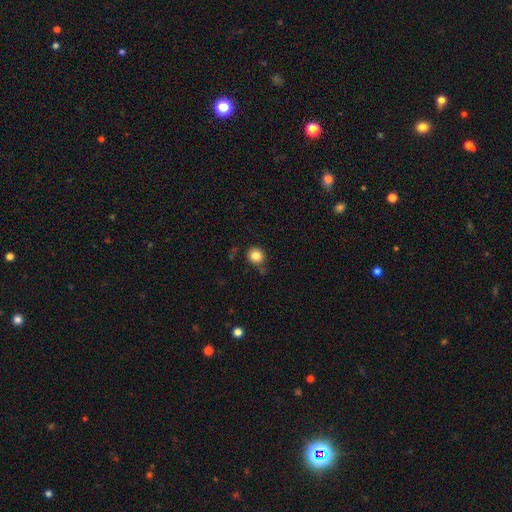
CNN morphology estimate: Smooth or featured? smooth (84%)
How rounded? round (92%)
Merging? none (81%)